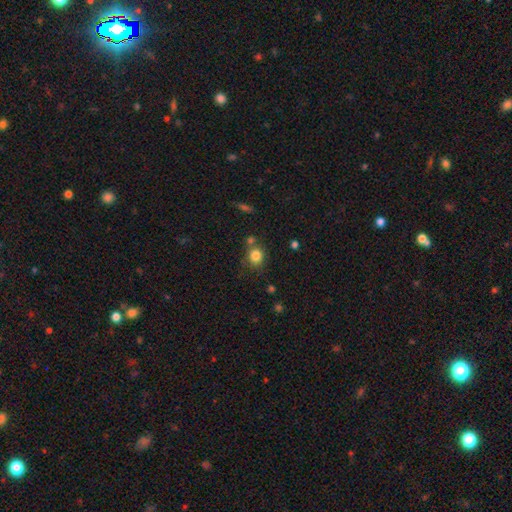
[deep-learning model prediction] A smooth galaxy with no disk features (82%) that is round (78%). Merging: none (70%).